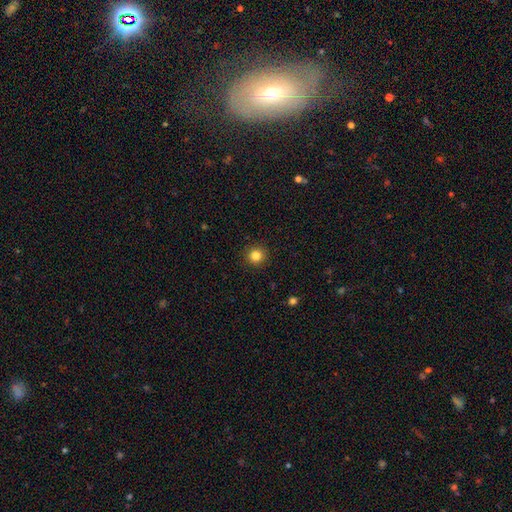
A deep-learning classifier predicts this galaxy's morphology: Smooth or featured: smooth — 84% (star or artifact — 12%)
How rounded: round — 94% (in between — 5%)
Merging: none — 92% (minor disturbance — 5%)